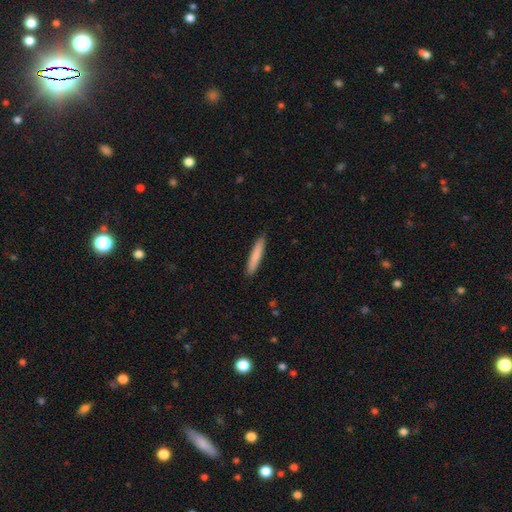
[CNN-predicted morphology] smooth-or-featured: smooth: 82% | featured or disk: 13% | star or artifact: 6%
  how-rounded: cigar-shaped: 93% | in between: 6% | round: 1%
  merging: none: 89% | minor disturbance: 8% | major disturbance: 2% | merger: 1%